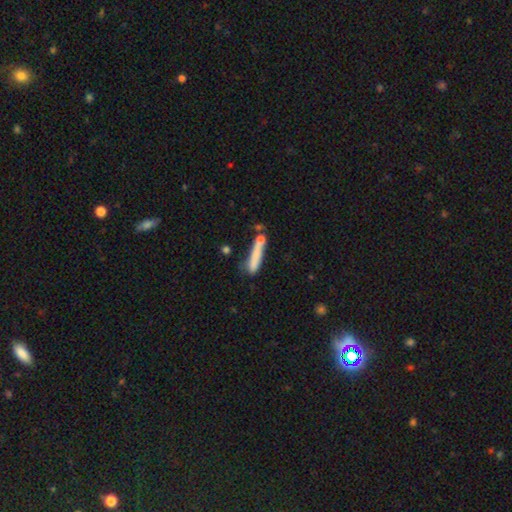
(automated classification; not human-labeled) Smooth or featured?
  - smooth: 70% *
  - featured or disk: 23%
  - star or artifact: 8%
How rounded?
  - cigar-shaped: 88% *
  - in between: 10%
  - round: 2%
Merging?
  - none: 46% *
  - minor disturbance: 23%
  - merger: 20%
  - major disturbance: 11%